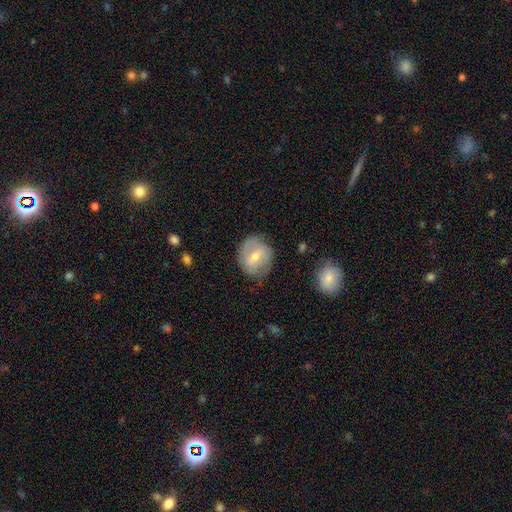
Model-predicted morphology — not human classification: Smooth or featured? Predicted: featured or disk (p=0.47). Merging? Predicted: none (p=0.71).